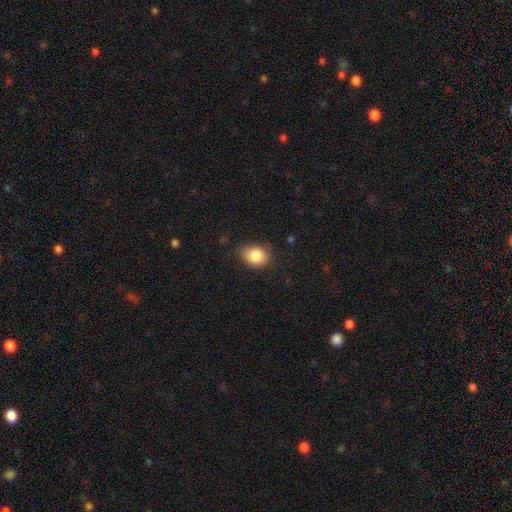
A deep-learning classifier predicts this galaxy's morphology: Smooth or featured?
  - smooth: 84% *
  - star or artifact: 9%
  - featured or disk: 7%
How rounded?
  - in between: 61% *
  - round: 38%
  - cigar-shaped: 1%
Merging?
  - none: 67% *
  - minor disturbance: 26%
  - major disturbance: 6%
  - merger: 2%